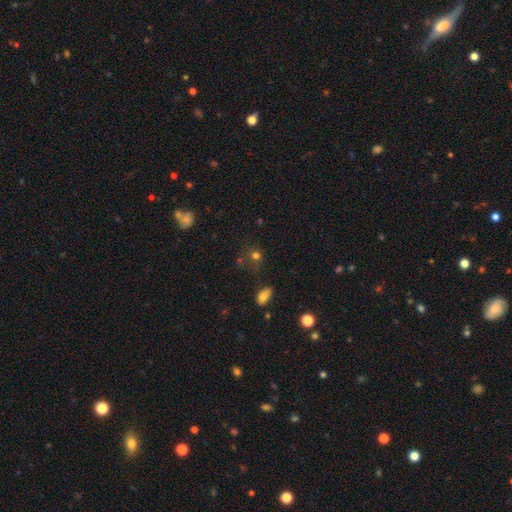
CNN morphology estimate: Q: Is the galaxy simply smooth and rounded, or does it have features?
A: smooth — 69%.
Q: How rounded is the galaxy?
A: round — 78%.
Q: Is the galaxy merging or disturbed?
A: none — 62%.